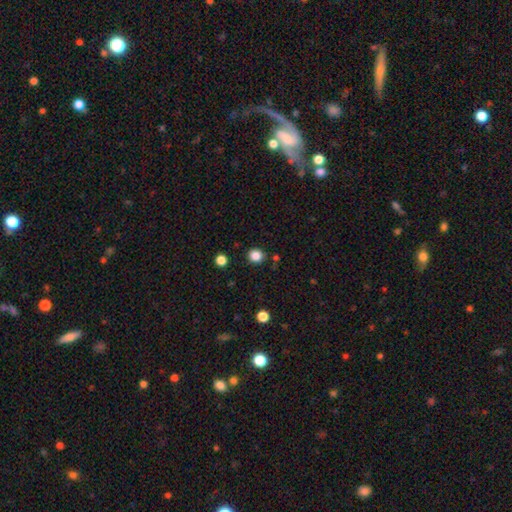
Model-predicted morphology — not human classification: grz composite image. It shows a smooth galaxy with no disk features (85%) that is round (85%). Merging: none (88%).